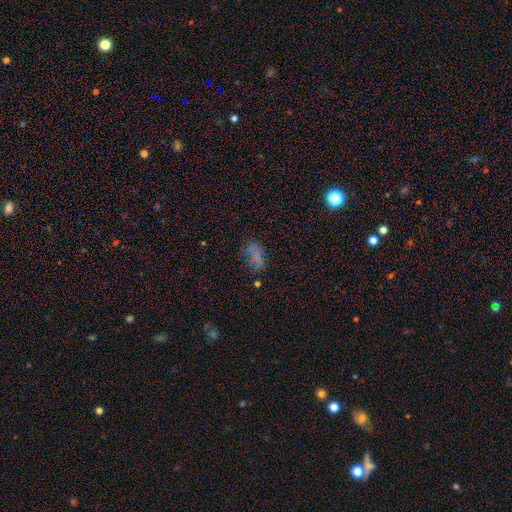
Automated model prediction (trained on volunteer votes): This is possibly a smooth galaxy (58%). How rounded: clearly in between (83%). Merging: possibly none (53%).